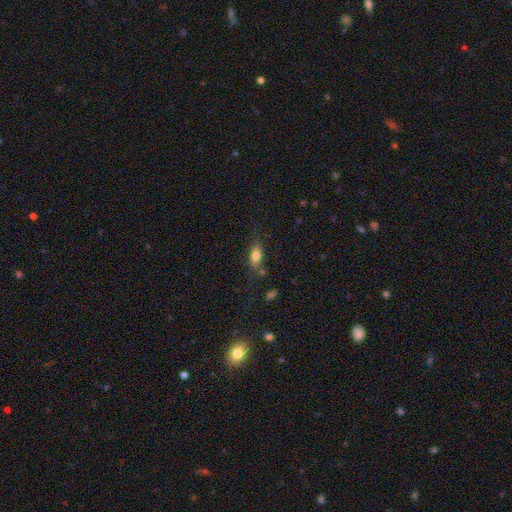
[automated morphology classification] Smooth or featured? Predicted: smooth (p=0.74). How rounded? Predicted: in between (p=0.79). Merging? Predicted: none (p=0.66).